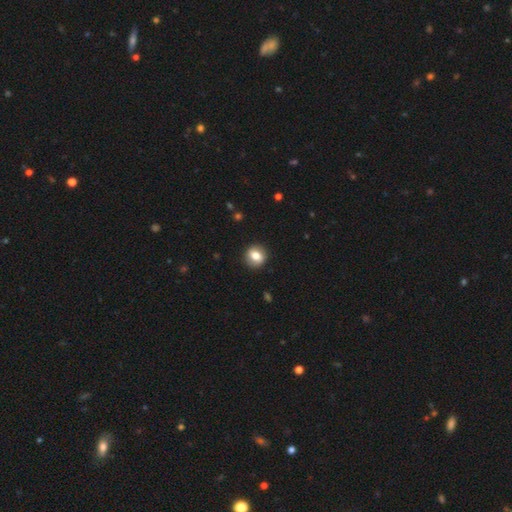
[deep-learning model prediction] Smooth or featured?
  - smooth: 75% *
  - featured or disk: 16%
  - star or artifact: 9%
How rounded?
  - round: 80% *
  - in between: 19%
  - cigar-shaped: 1%
Merging?
  - none: 89% *
  - minor disturbance: 7%
  - major disturbance: 2%
  - merger: 1%